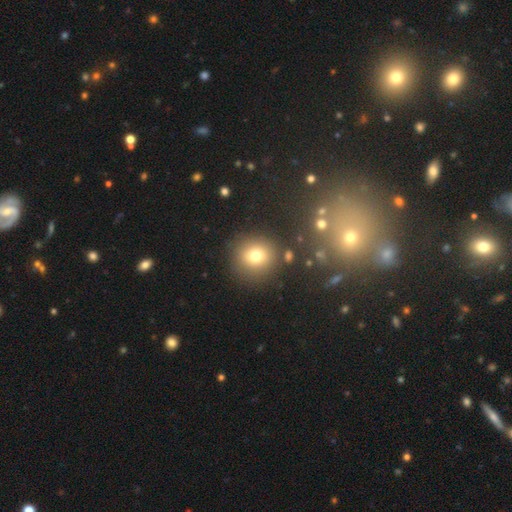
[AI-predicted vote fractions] smooth-or-featured: smooth: 76% | star or artifact: 15% | featured or disk: 9%
  how-rounded: round: 88% | in between: 11% | cigar-shaped: 1%
  merging: none: 83% | minor disturbance: 9% | merger: 5% | major disturbance: 4%